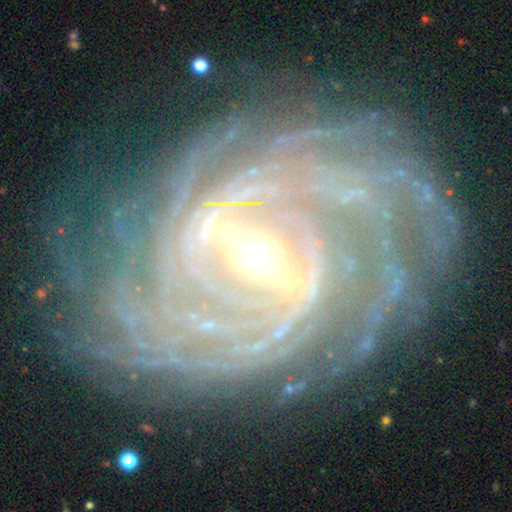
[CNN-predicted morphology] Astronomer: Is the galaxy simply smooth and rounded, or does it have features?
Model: featured or disk — 92%.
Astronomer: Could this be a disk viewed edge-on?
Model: no — 97%.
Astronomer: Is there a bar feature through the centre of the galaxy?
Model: strong — 59%.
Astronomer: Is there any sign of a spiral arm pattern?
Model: yes — 98%.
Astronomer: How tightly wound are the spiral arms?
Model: tight — 79%.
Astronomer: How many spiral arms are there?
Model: more than 4 — 29% (runner-up: 4, 23%).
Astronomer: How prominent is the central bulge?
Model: small — 49% (runner-up: moderate, 46%).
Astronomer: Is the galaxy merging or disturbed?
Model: none — 82%.